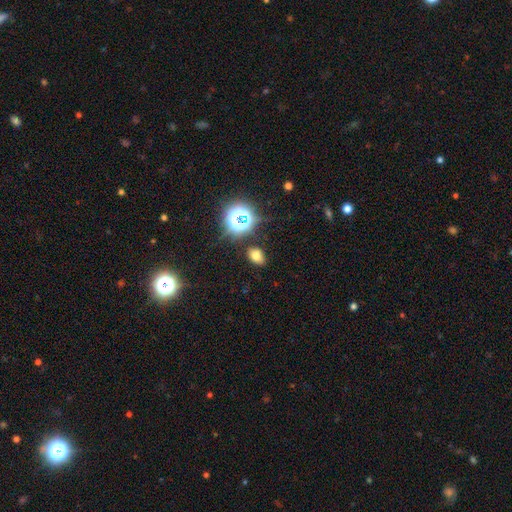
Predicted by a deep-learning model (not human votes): smooth-or-featured: smooth: 67% | star or artifact: 24% | featured or disk: 9%
  how-rounded: in between: 75% | round: 24% | cigar-shaped: 1%
  merging: none: 84% | minor disturbance: 11% | major disturbance: 3% | merger: 3%